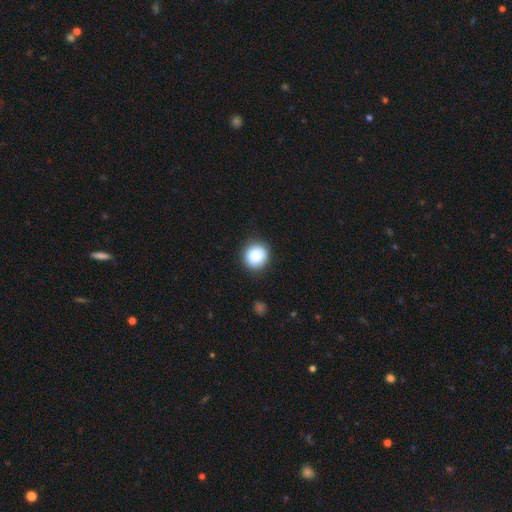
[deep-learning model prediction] smooth 87%, star or artifact 8%, featured or disk 5%. Down the decision tree: how rounded — round (91%); merging — none (89%).